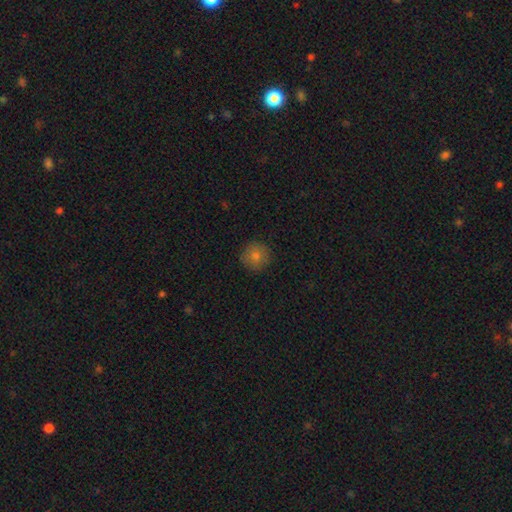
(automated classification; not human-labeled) A smooth galaxy with no disk features (77%) that is round (95%). Merging: none (89%).